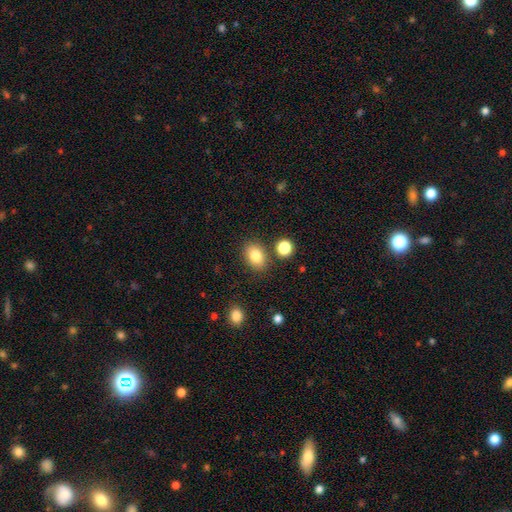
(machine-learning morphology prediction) Smooth or featured? smooth (83%)
How rounded? in between (72%)
Merging? none (81%)